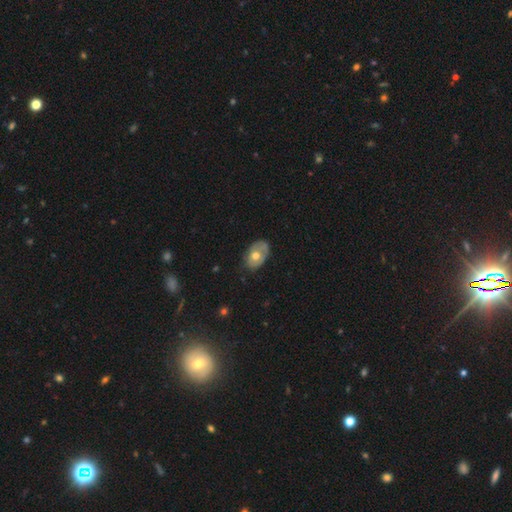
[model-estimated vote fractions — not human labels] Overall: smooth (53%; featured or disk 40%). How rounded: in between (83%). Merging: none (66%; minor disturbance 27%).